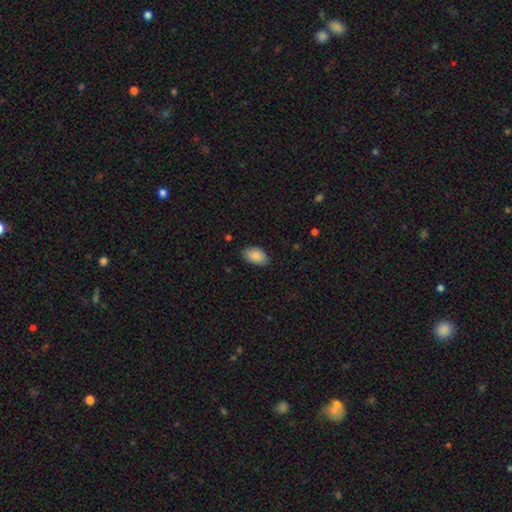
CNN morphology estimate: A smooth galaxy with no disk features (88%) that is in between round and cigar-shaped (91%).

Vote fractions:
- Smooth or featured? smooth: 88% / star or artifact: 7% / featured or disk: 5%
- How rounded? in between: 91% / round: 7% / cigar-shaped: 1%
- Merging? none: 81% / minor disturbance: 15% / major disturbance: 3% / merger: 1%